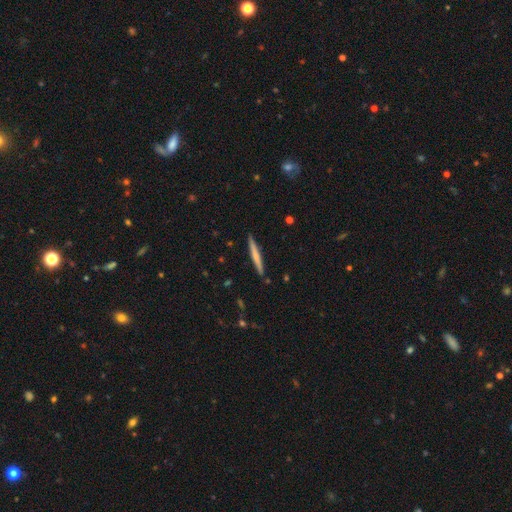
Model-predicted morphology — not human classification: This appears to be a smooth galaxy with no disk features (52%) that is cigar-shaped (96%). Merging: none (90%).